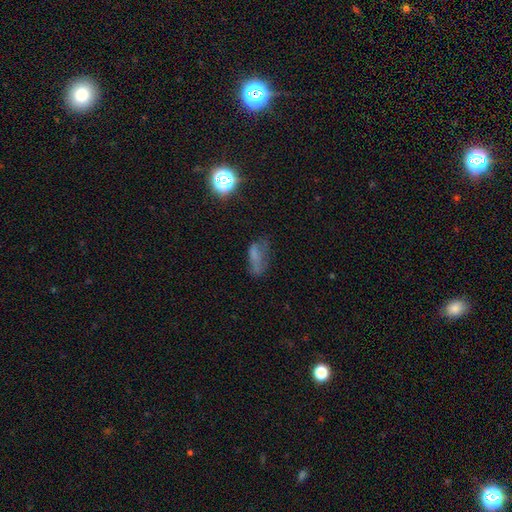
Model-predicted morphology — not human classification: This appears to be a smooth galaxy with no disk features (55%) that is in between round and cigar-shaped (75%). Merging: none (39%).